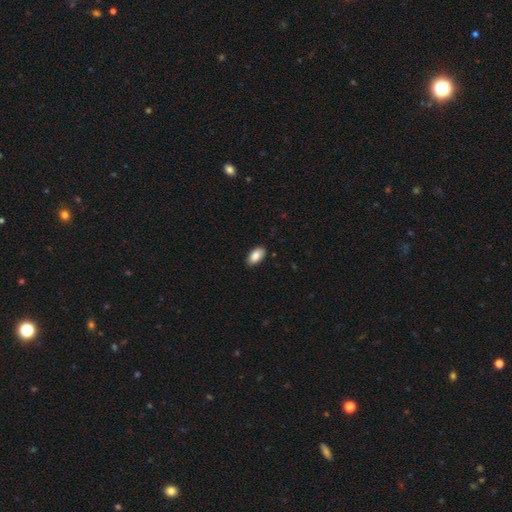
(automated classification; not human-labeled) A smooth galaxy with no disk features (88%) that is in between round and cigar-shaped (94%).

Vote fractions:
- Smooth or featured? smooth: 88% / star or artifact: 7% / featured or disk: 6%
- How rounded? in between: 94% / round: 3% / cigar-shaped: 3%
- Merging? none: 88% / minor disturbance: 9% / major disturbance: 2% / merger: 1%